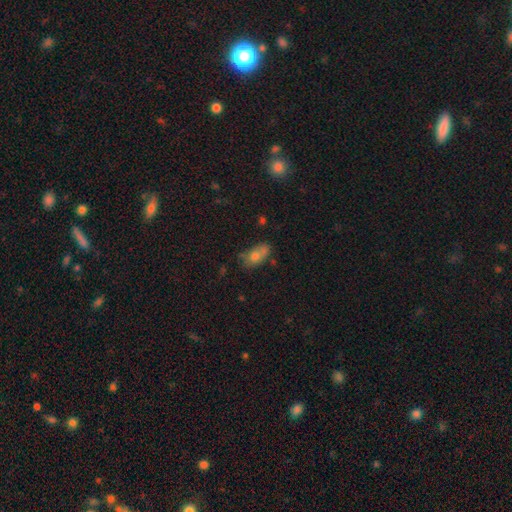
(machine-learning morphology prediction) Overall: smooth (67%). How rounded: in between (82%). Merging: none (48%; minor disturbance 25%).